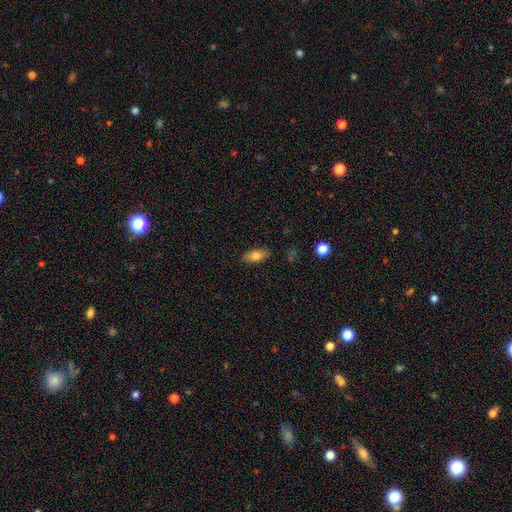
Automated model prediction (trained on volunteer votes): Overall: smooth (78%). How rounded: in between (86%). Merging: none (85%).